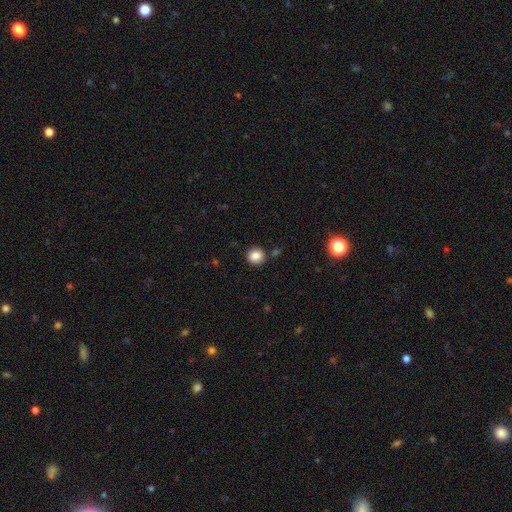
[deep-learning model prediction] Smooth or featured?
  - smooth: 85% *
  - star or artifact: 10%
  - featured or disk: 4%
How rounded?
  - round: 90% *
  - in between: 9%
  - cigar-shaped: 1%
Merging?
  - none: 87% *
  - minor disturbance: 7%
  - merger: 4%
  - major disturbance: 2%